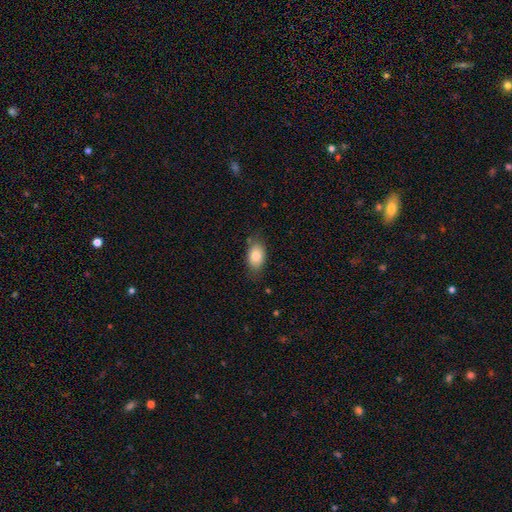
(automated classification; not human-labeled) Overall: smooth (83%). How rounded: in between (88%). Merging: none (75%).